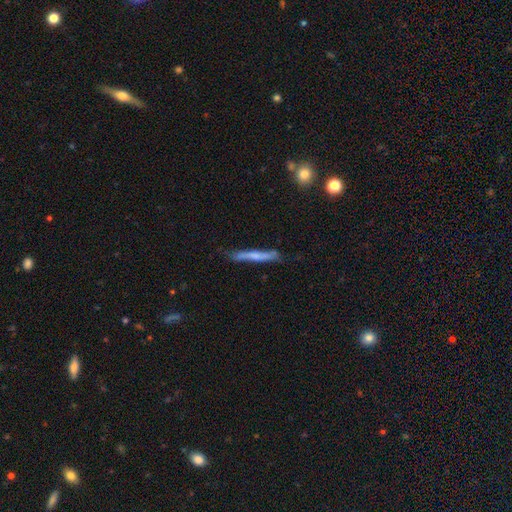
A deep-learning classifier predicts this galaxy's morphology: Smooth or featured? smooth (49%)
Merging? none (72%)